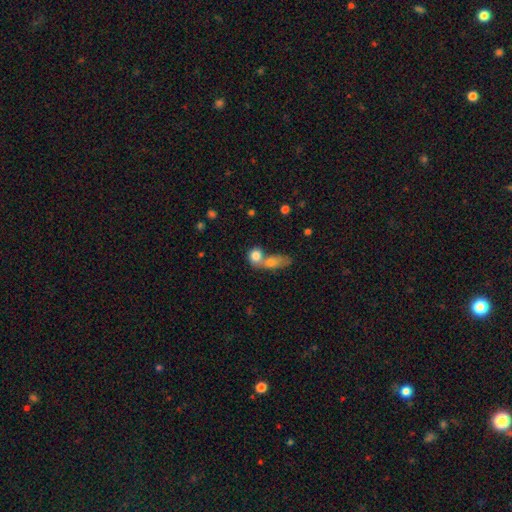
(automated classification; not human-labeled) smooth 79%, featured or disk 12%, star or artifact 9%. Down the decision tree: how rounded — round (58%); merging — merger (61%).